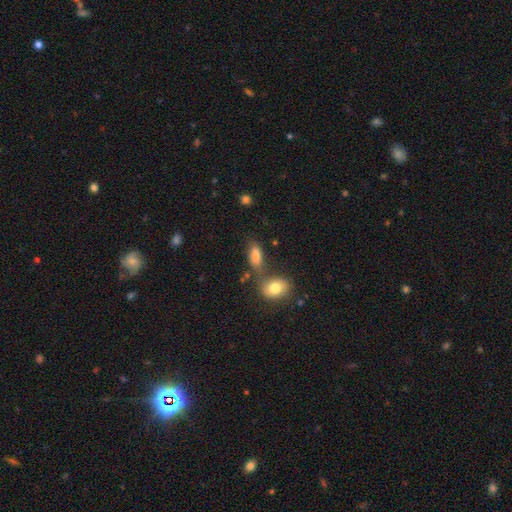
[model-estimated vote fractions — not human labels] Q: Smooth or featured?
A: smooth (78%); runner-up: star or artifact (11%)
Q: How rounded?
A: in between (83%); runner-up: cigar-shaped (10%)
Q: Merging?
A: none (50%); runner-up: merger (27%)